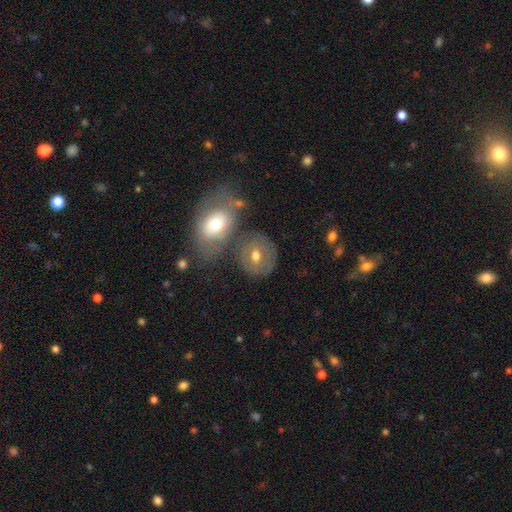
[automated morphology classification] Smooth or featured? Predicted: smooth (p=0.57). How rounded? Predicted: round (p=0.67). Merging? Predicted: none (p=0.59).